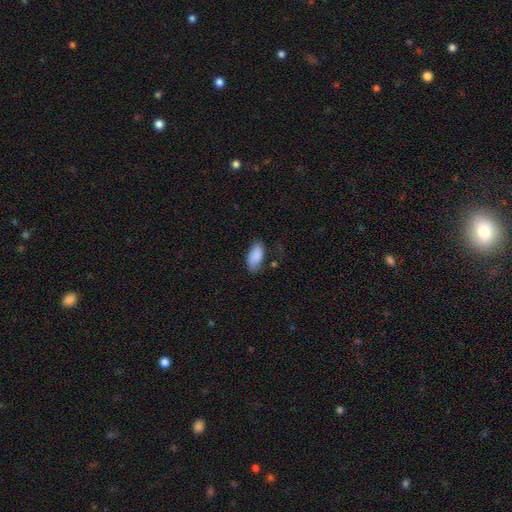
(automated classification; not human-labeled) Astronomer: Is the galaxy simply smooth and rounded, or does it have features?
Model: smooth — 88%.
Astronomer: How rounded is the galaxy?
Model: in between — 92%.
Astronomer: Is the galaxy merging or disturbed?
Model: none — 71%.